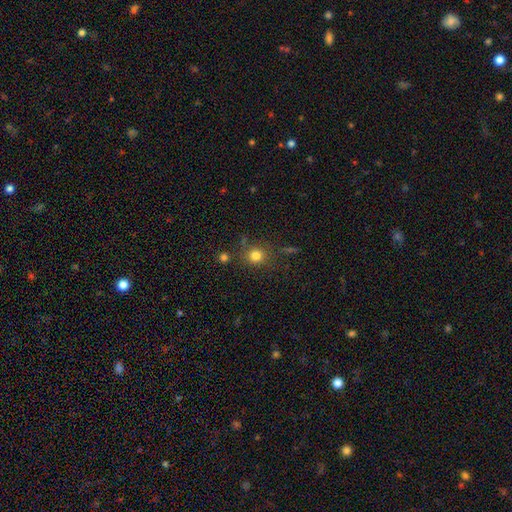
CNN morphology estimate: A smooth galaxy with no disk features (80%) that is round (87%).

Vote fractions:
- Smooth or featured? smooth: 80% / star or artifact: 14% / featured or disk: 6%
- How rounded? round: 87% / in between: 13% / cigar-shaped: 1%
- Merging? none: 79% / minor disturbance: 11% / merger: 6% / major disturbance: 4%